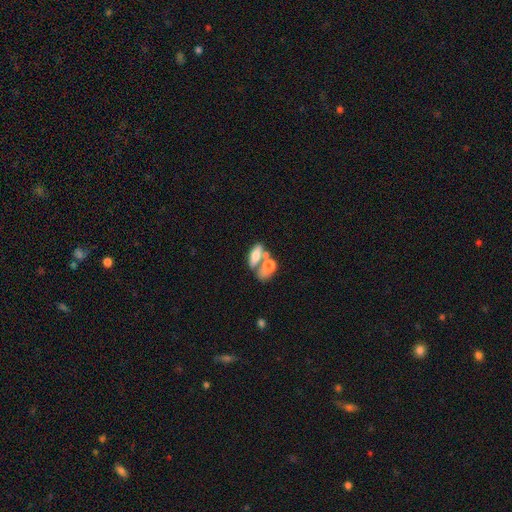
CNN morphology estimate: smooth 66%, featured or disk 25%, star or artifact 9%. Down the decision tree: how rounded — in between (77%); merging — merger (51%).